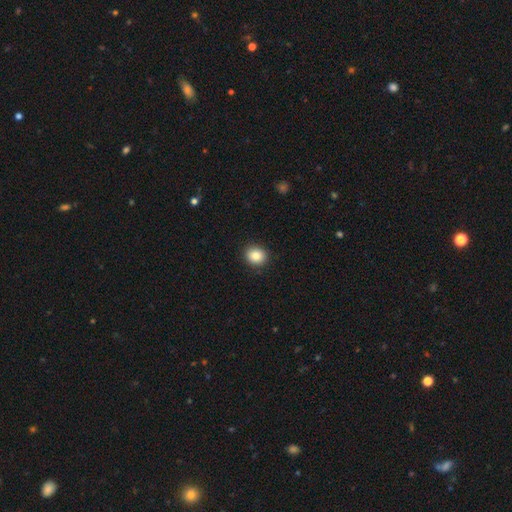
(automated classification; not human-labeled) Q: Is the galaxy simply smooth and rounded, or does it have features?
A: smooth — 85%.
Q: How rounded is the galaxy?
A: round — 75%.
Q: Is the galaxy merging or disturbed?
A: none — 91%.